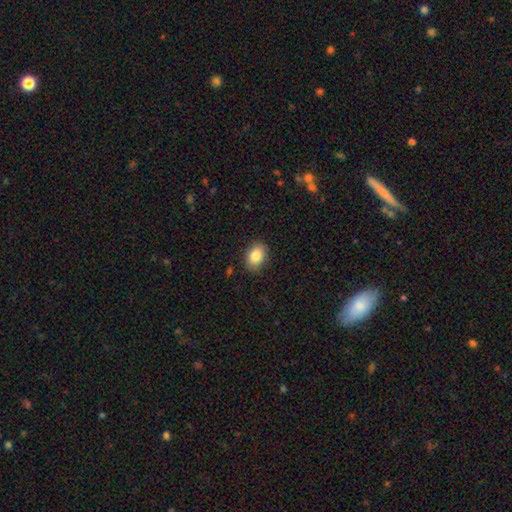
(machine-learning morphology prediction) type=smooth (86%); roundness=in between (76%); merging=none (87%).